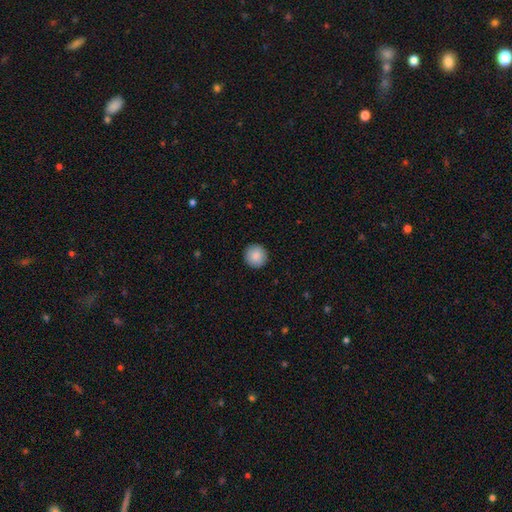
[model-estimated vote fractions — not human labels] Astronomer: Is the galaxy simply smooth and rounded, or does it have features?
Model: smooth — 88%.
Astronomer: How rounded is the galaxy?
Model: round — 96%.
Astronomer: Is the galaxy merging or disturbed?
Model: none — 93%.